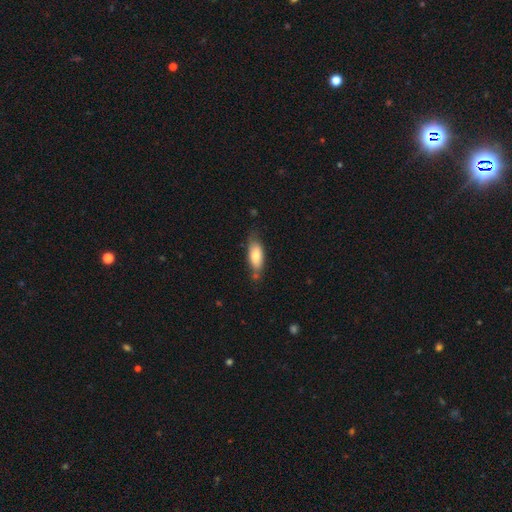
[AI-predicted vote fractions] smooth_or_featured: smooth (p=0.75) [alt: featured or disk p=0.19]
how_rounded: in between (p=0.79) [alt: cigar-shaped p=0.19]
merging: none (p=0.62) [alt: minor disturbance p=0.26]